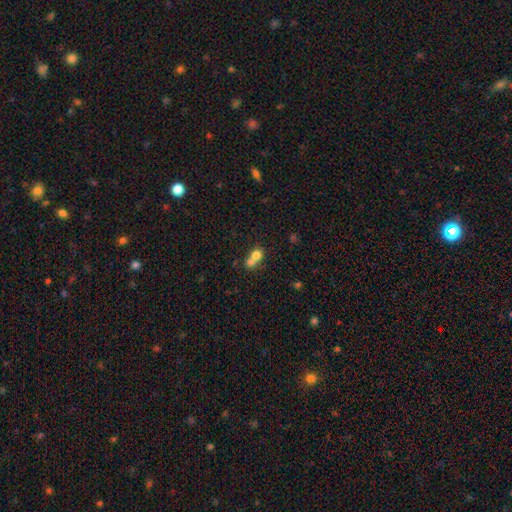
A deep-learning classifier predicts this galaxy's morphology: The model was most divided on "how rounded": round: 71%, in between: 28%, cigar-shaped: 1%. More confident: smooth or featured — smooth (72%); merging — merger (68%).